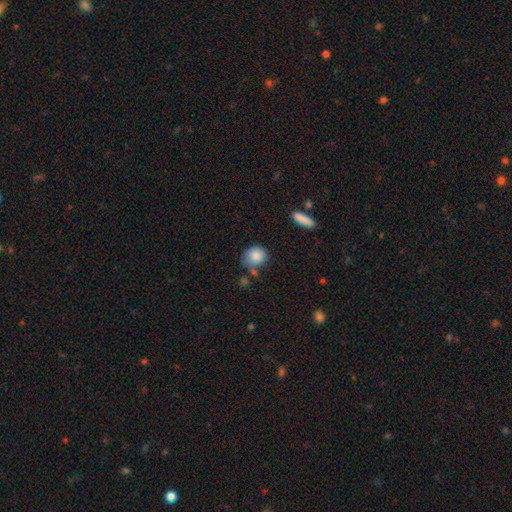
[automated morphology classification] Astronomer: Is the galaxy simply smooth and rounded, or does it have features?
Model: smooth — 85%.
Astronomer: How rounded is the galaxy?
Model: round — 64%.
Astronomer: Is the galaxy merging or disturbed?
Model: none — 55%.